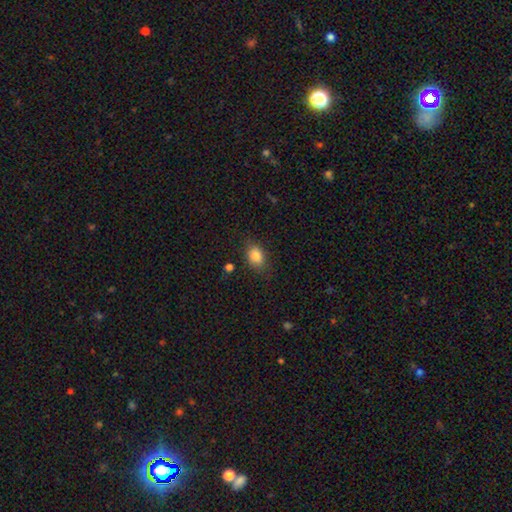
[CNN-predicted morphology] A smooth galaxy with no disk features (84%) that is in between round and cigar-shaped (74%).

Vote fractions:
- Smooth or featured? smooth: 84% / star or artifact: 9% / featured or disk: 7%
- How rounded? in between: 74% / round: 25% / cigar-shaped: 1%
- Merging? none: 78% / minor disturbance: 16% / major disturbance: 4% / merger: 2%